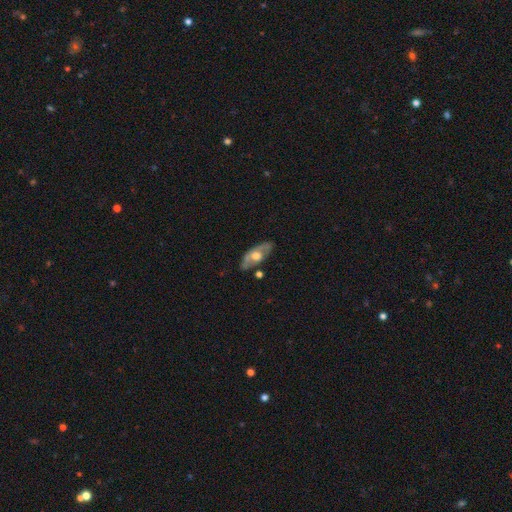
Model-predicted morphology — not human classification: smooth_or_featured: featured or disk (p=0.58) [alt: smooth p=0.37]
disk_edge_on: no (p=0.74) [alt: yes p=0.26]
merging: none (p=0.76) [alt: minor disturbance p=0.17]